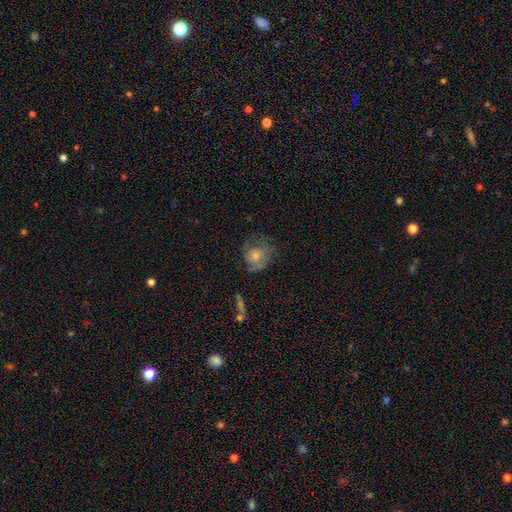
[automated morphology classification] The model was most divided on "smooth or featured": featured or disk: 49%, smooth: 40%, star or artifact: 11%. More confident: merging — none (56%).